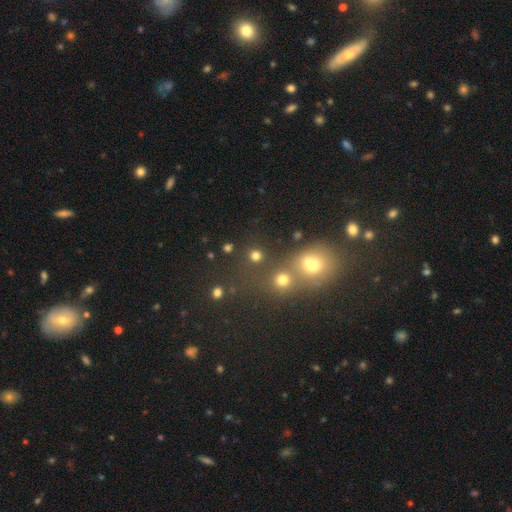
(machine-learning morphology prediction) Q: Smooth or featured?
A: smooth (75%); runner-up: star or artifact (19%)
Q: How rounded?
A: round (88%); runner-up: in between (11%)
Q: Merging?
A: none (73%); runner-up: merger (16%)